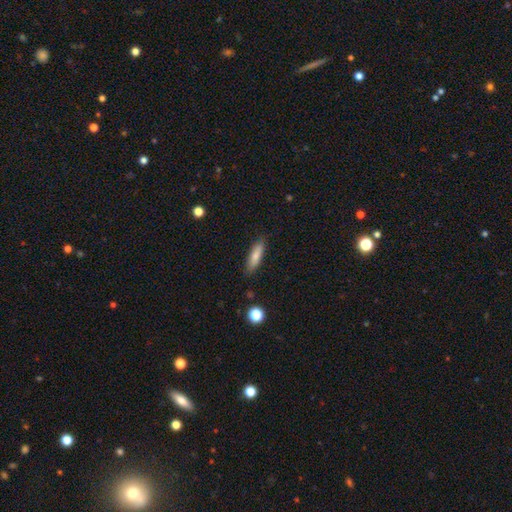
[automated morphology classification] smooth 77%, featured or disk 16%, star or artifact 7%. Down the decision tree: how rounded — cigar-shaped (64%); merging — none (85%).